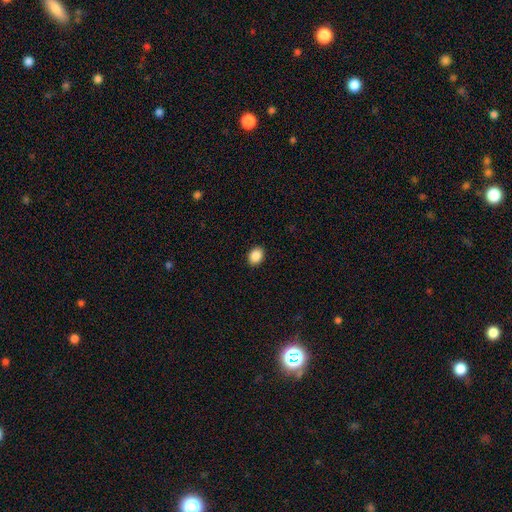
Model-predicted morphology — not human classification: Smooth or featured?
  - smooth: 89% *
  - star or artifact: 8%
  - featured or disk: 3%
How rounded?
  - in between: 62% *
  - round: 37%
  - cigar-shaped: 1%
Merging?
  - none: 91% *
  - minor disturbance: 7%
  - major disturbance: 2%
  - merger: 1%